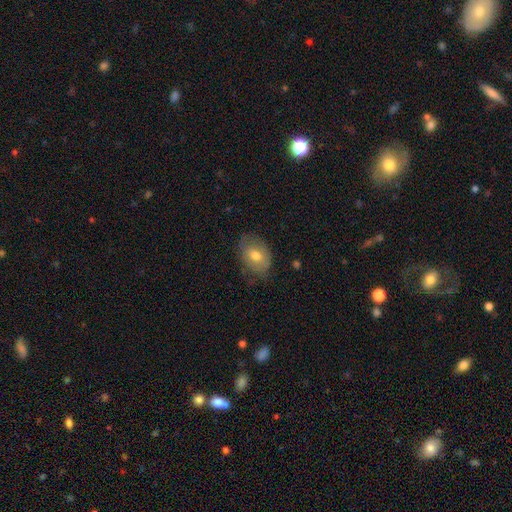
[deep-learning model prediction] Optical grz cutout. It shows a smooth galaxy with no disk features (66%) that is in between round and cigar-shaped (77%). Merging: none (74%).